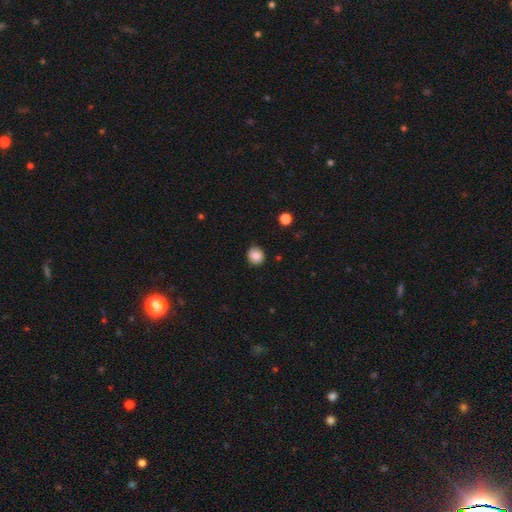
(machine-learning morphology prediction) The model was most divided on "how rounded": round: 84%, in between: 15%, cigar-shaped: 1%. More confident: merging — none (88%); smooth or featured — smooth (86%).